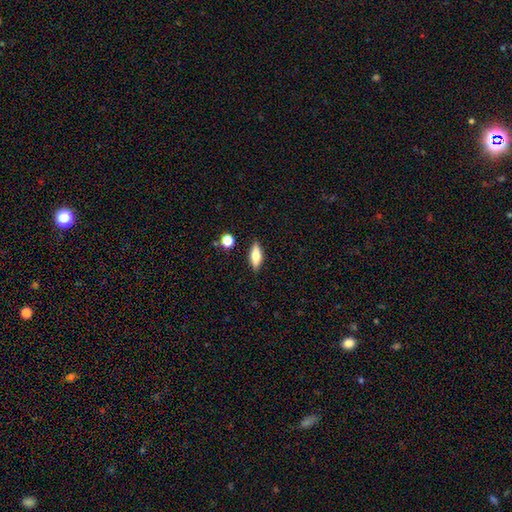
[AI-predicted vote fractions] Morphology: type=smooth (61%); roundness=in between (56%); merging=none (87%).